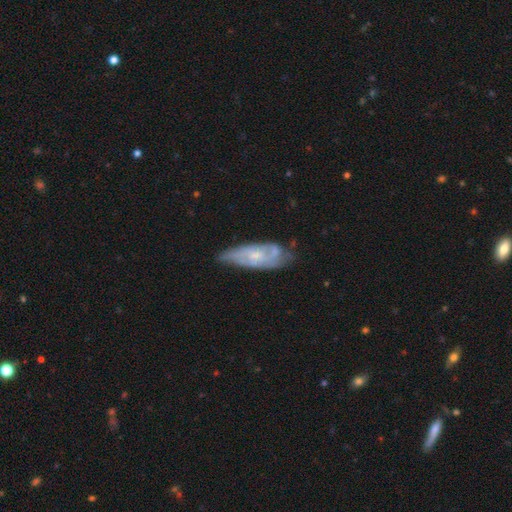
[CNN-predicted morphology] Overall: featured or disk (66%; smooth 27%). Edge-on disk: no (85%). Bar: no (70%). Spiral arms: yes (77%). Bulge size: small (56%; moderate 33%). Merging: none (56%; minor disturbance 31%).